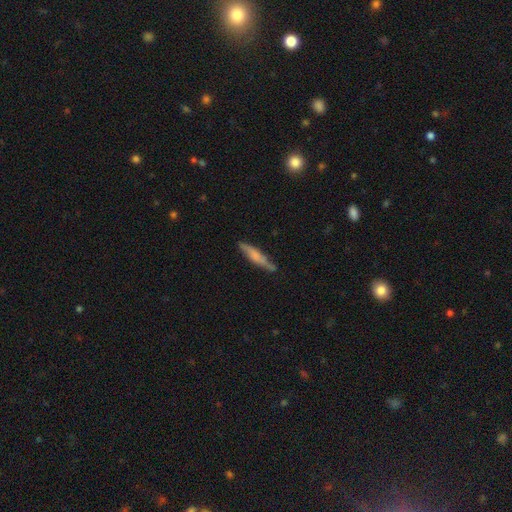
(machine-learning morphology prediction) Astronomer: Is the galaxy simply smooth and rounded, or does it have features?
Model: smooth — 55% (runner-up: featured or disk, 39%).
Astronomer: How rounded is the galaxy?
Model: cigar-shaped — 87%.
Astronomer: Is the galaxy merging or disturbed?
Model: none — 73%.